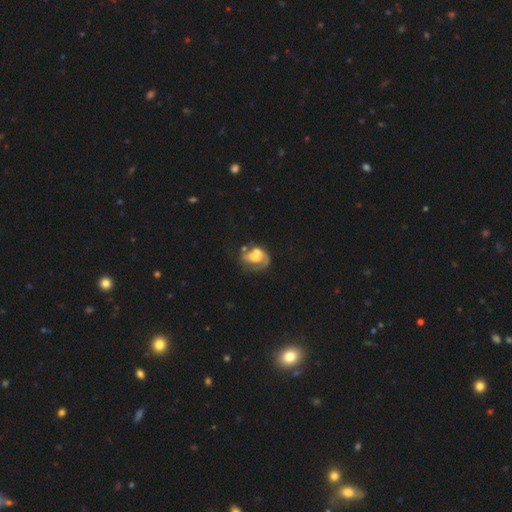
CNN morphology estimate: Overall: featured or disk (59%; smooth 33%). Edge-on disk: no (97%). Bar: no (73%). Spiral arms: yes (52%; no 48%). Bulge size: moderate (48%; small 26%). Merging: none (30%; major disturbance 26%).